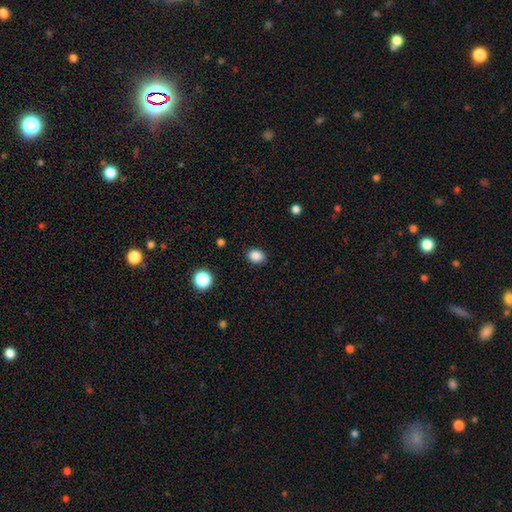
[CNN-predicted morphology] smooth_or_featured: smooth (p=0.86) [alt: star or artifact p=0.11]
how_rounded: in between (p=0.51) [alt: round p=0.48]
merging: none (p=0.88) [alt: minor disturbance p=0.09]